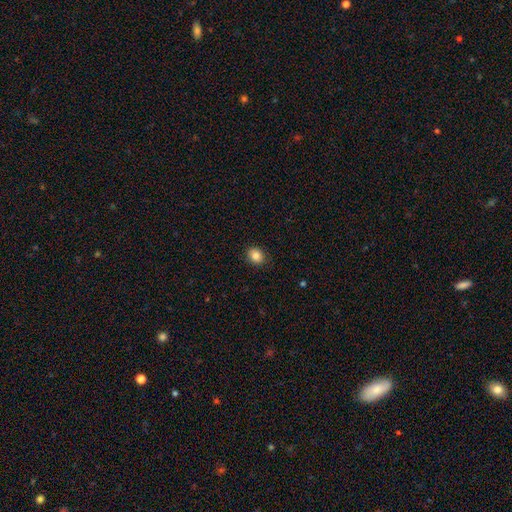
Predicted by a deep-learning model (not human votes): Smooth or featured? smooth (85%)
How rounded? round (56%)
Merging? none (88%)